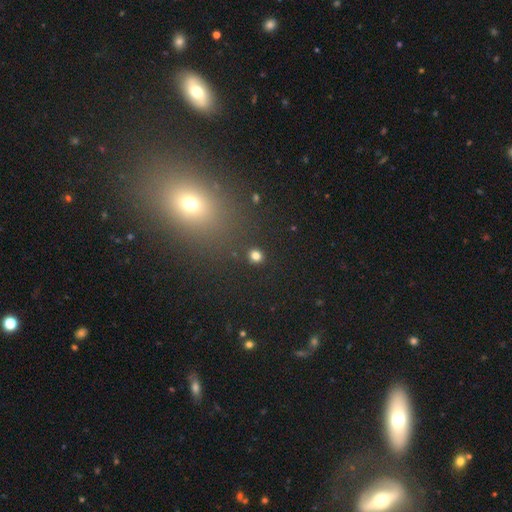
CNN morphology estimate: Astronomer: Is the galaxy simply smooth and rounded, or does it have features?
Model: smooth — 80%.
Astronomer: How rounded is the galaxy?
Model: round — 82%.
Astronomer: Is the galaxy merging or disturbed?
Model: none — 89%.